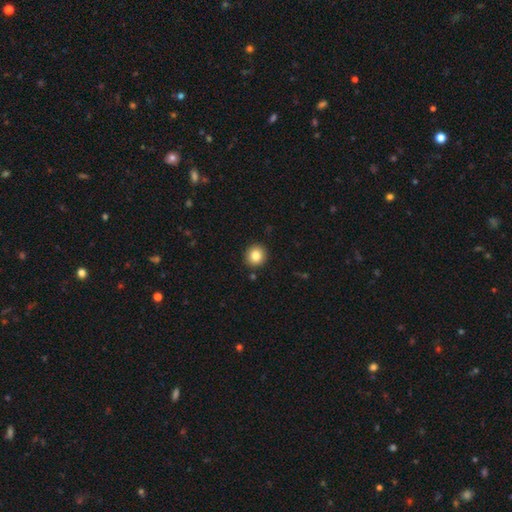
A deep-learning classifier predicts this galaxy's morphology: Smooth or featured? smooth (83%)
How rounded? round (91%)
Merging? none (91%)